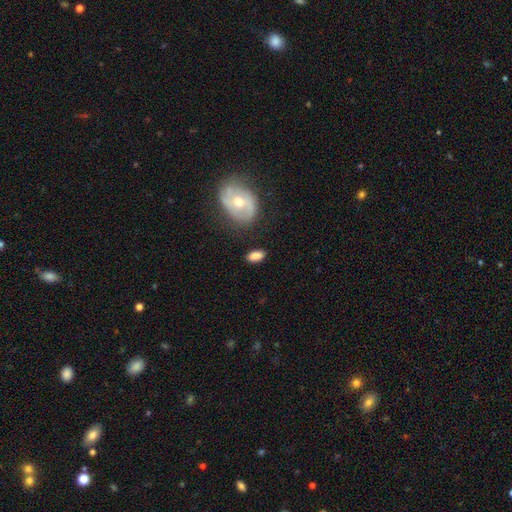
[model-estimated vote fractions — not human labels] Q: Smooth or featured?
A: smooth (82%); runner-up: featured or disk (11%)
Q: How rounded?
A: in between (89%); runner-up: round (6%)
Q: Merging?
A: none (76%); runner-up: minor disturbance (15%)